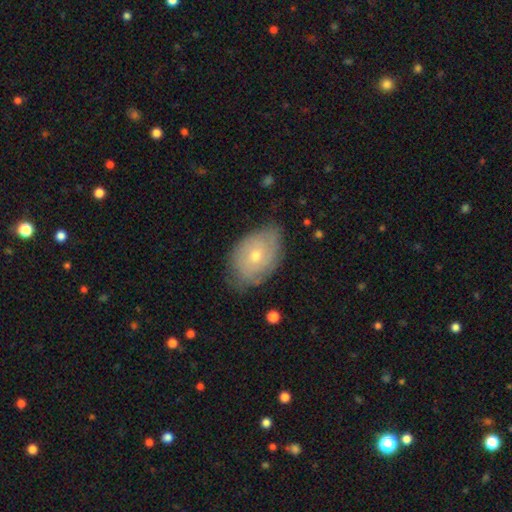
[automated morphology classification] Overall: featured or disk (53%; smooth 40%). Edge-on disk: no (93%). Merging: none (68%).